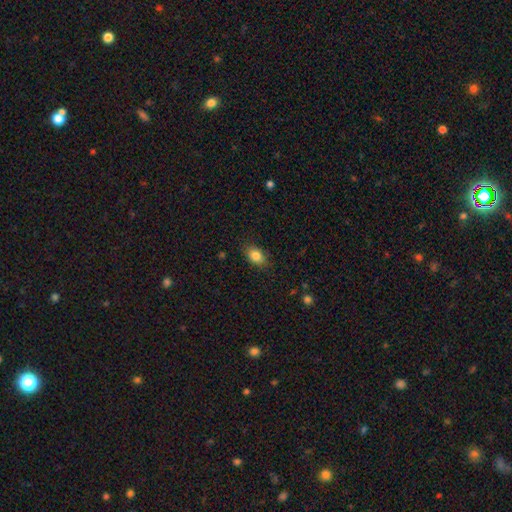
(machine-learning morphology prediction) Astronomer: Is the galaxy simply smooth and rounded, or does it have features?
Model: smooth — 84%.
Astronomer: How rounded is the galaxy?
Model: in between — 83%.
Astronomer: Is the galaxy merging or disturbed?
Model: none — 84%.